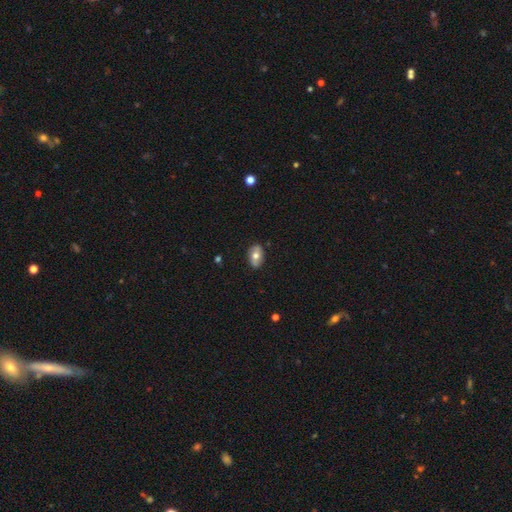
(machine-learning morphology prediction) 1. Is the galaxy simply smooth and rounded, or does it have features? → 64% smooth, 29% featured or disk, 7% star or artifact.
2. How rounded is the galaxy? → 89% in between, 9% round, 2% cigar-shaped.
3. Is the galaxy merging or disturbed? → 85% none, 12% minor disturbance, 2% major disturbance, 1% merger.